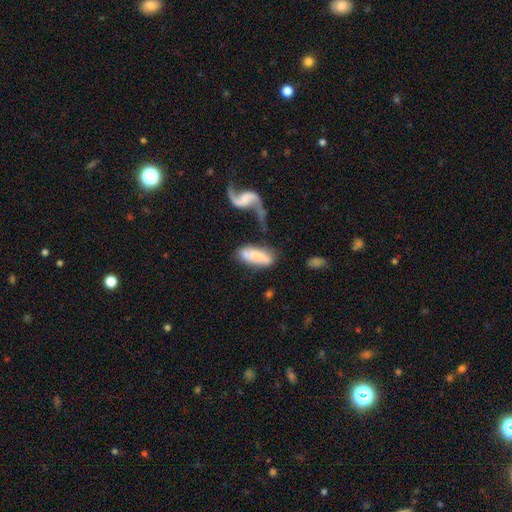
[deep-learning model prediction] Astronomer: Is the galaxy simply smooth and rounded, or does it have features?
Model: smooth — 59%.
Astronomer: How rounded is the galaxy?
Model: in between — 73%.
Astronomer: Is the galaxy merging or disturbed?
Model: none — 40% (runner-up: merger, 23%).